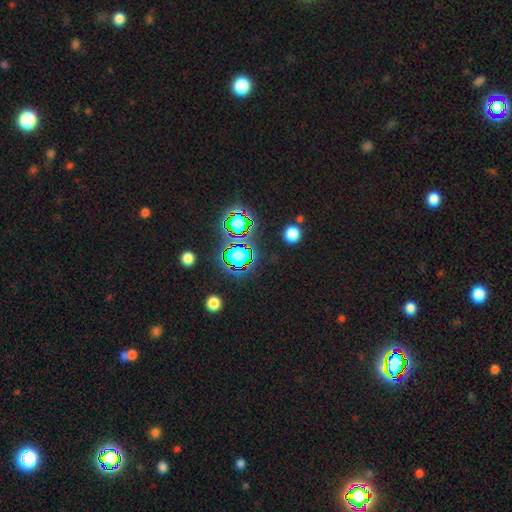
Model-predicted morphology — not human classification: A star or artifact, not a galaxy (79%).

Vote fractions:
- Smooth or featured? star or artifact: 79% / smooth: 13% / featured or disk: 8%